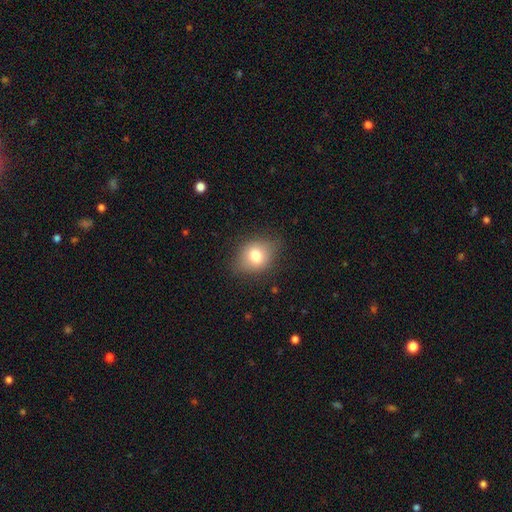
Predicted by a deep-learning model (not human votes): smooth_or_featured: smooth (p=0.76) [alt: featured or disk p=0.14]
how_rounded: in between (p=0.50) [alt: round p=0.49]
merging: none (p=0.76) [alt: minor disturbance p=0.18]